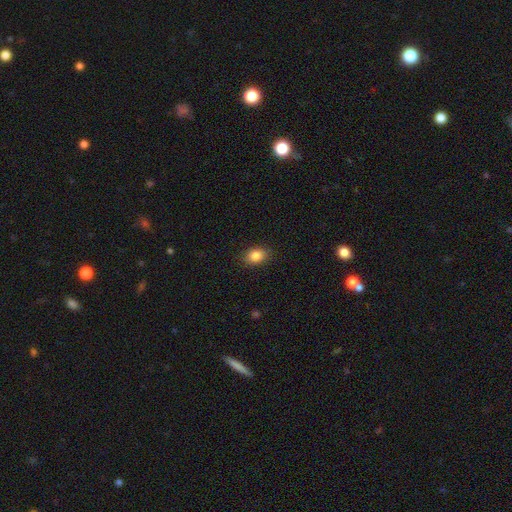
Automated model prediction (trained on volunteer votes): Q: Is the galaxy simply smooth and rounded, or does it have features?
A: smooth — 86%.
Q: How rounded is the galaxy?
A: in between — 72%.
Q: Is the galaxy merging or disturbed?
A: none — 88%.